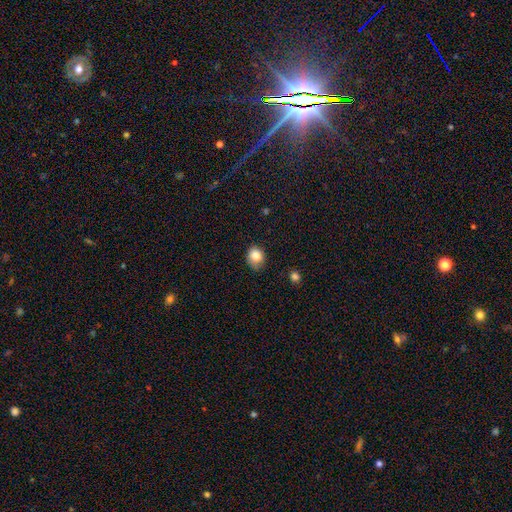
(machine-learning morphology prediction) smooth 84%, star or artifact 9%, featured or disk 7%. Down the decision tree: how rounded — round (54%); merging — none (58%).